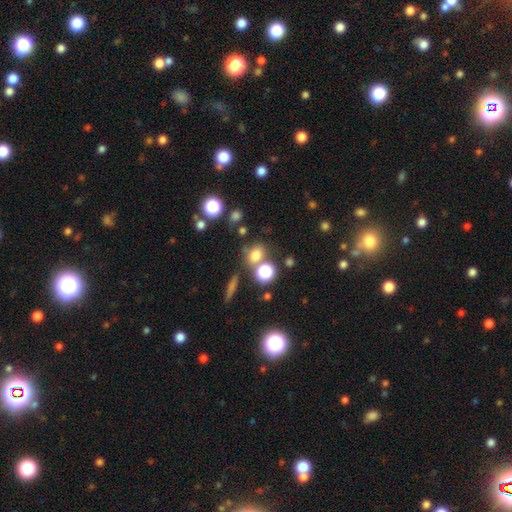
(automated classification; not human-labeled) smooth-or-featured: smooth: 71% | star or artifact: 19% | featured or disk: 10%
  how-rounded: in between: 50% | round: 47% | cigar-shaped: 3%
  merging: none: 60% | merger: 22% | minor disturbance: 13% | major disturbance: 6%